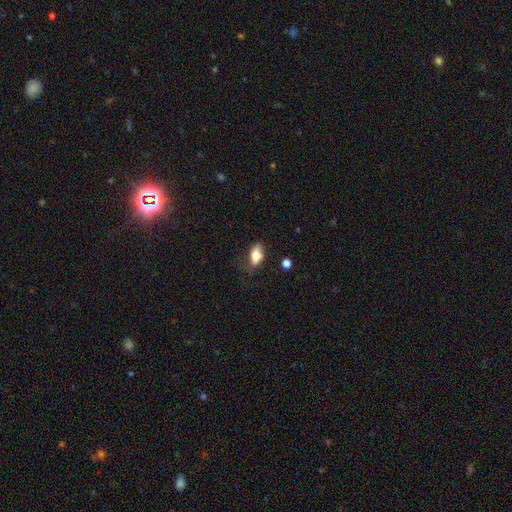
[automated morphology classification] A smooth galaxy with no disk features (75%) that is in between round and cigar-shaped (86%).

Vote fractions:
- Smooth or featured? smooth: 75% / featured or disk: 18% / star or artifact: 8%
- How rounded? in between: 86% / cigar-shaped: 8% / round: 6%
- Merging? none: 51% / minor disturbance: 30% / major disturbance: 15% / merger: 4%